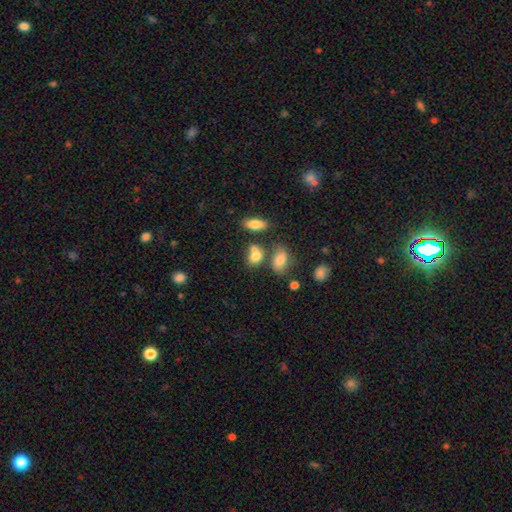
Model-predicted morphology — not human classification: Smooth or featured? smooth (78%)
How rounded? in between (70%)
Merging? none (45%)